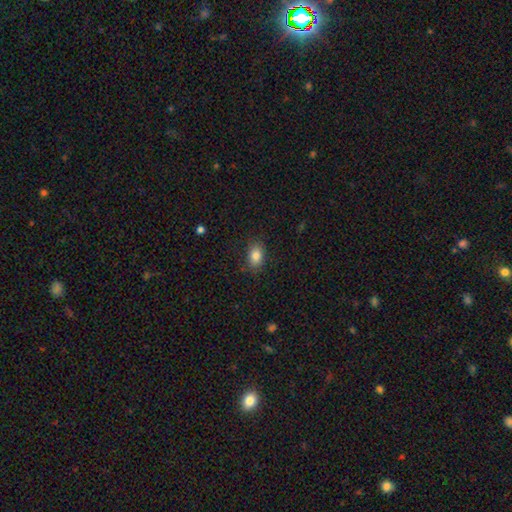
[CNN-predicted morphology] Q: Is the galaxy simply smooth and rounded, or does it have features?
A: smooth — 84%.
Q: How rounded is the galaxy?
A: in between — 85%.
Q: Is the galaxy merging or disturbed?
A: none — 85%.